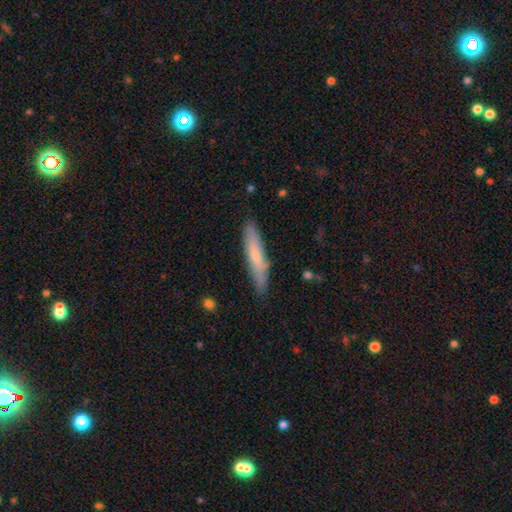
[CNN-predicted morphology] Overall: smooth (66%; featured or disk 29%). How rounded: cigar-shaped (88%). Merging: none (84%).